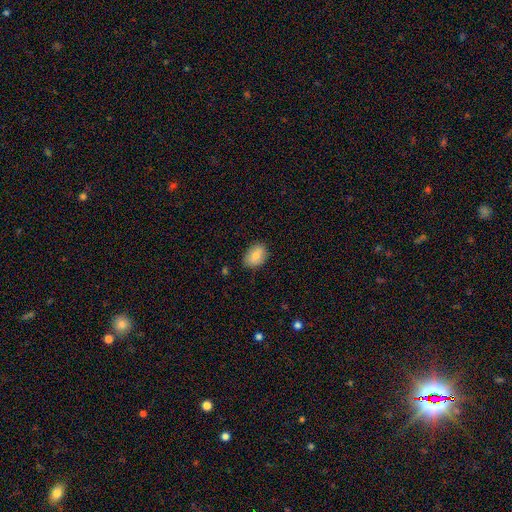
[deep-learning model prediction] A smooth galaxy with no disk features (81%) that is in between round and cigar-shaped (80%). Merging: none (81%).